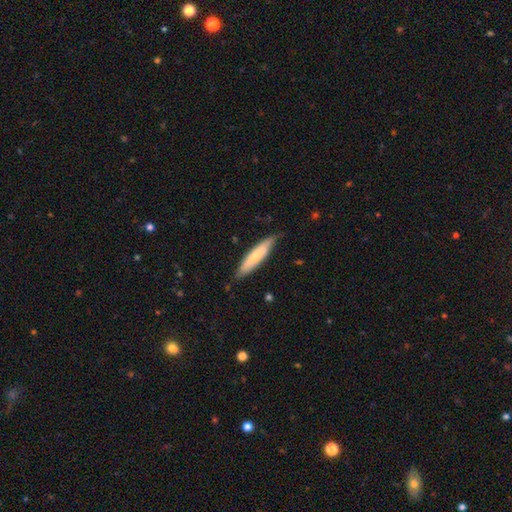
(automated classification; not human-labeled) This is likely a smooth galaxy (67%). How rounded: clearly cigar-shaped (84%). Merging: likely none (79%).